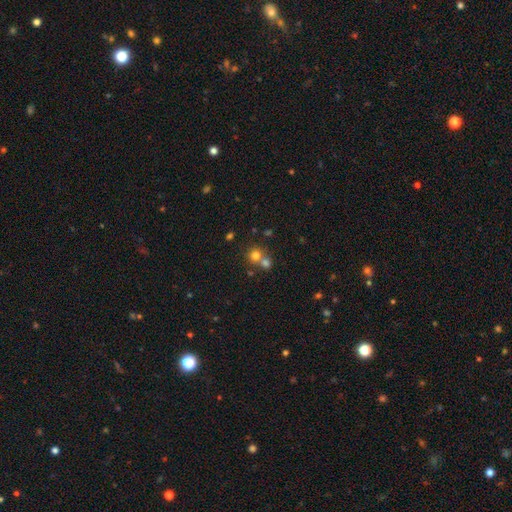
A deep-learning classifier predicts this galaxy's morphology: A smooth galaxy with no disk features (73%) that is round (88%). Merging: merger (47%).